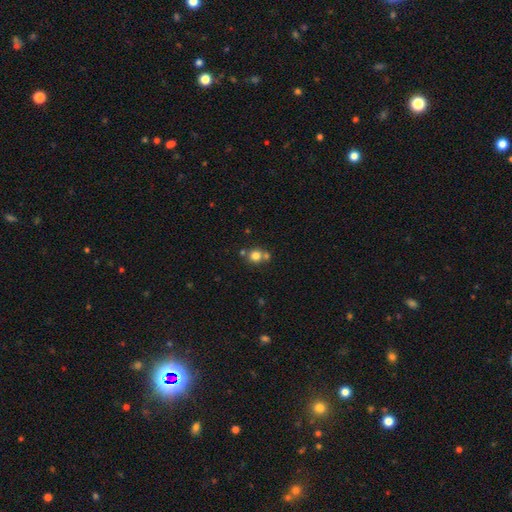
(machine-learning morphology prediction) type=smooth (77%); roundness=round (88%); merging=none (58%).